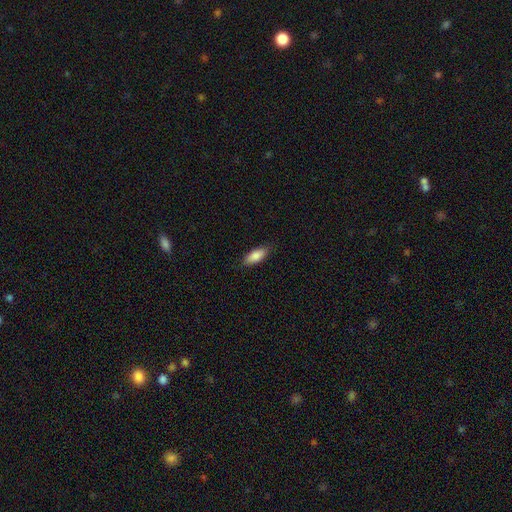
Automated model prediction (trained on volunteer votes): A smooth galaxy with no disk features (85%) that is in between round and cigar-shaped (75%).

Vote fractions:
- Smooth or featured? smooth: 85% / featured or disk: 9% / star or artifact: 6%
- How rounded? in between: 75% / cigar-shaped: 24% / round: 2%
- Merging? none: 86% / minor disturbance: 11% / major disturbance: 2% / merger: 1%